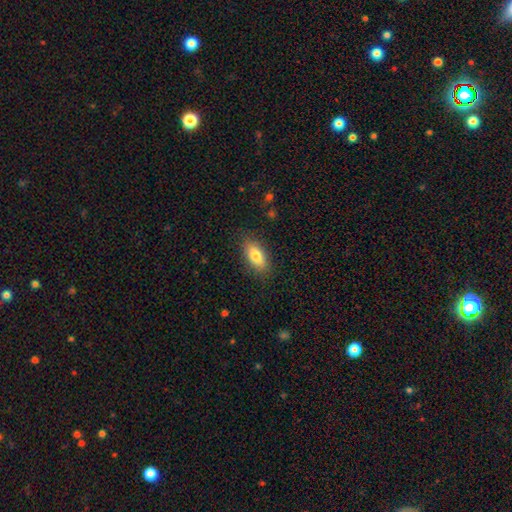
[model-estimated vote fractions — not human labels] This is likely a smooth galaxy (80%). How rounded: clearly in between (84%). Merging: clearly none (86%).